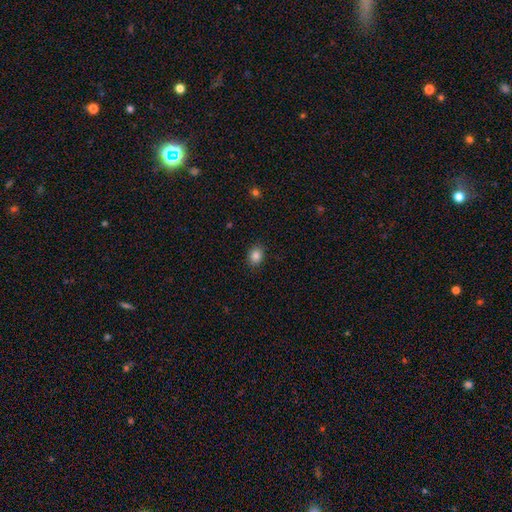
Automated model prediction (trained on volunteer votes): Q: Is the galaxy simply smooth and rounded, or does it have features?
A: smooth — 86%.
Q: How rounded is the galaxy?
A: in between — 50%.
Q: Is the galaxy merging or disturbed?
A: none — 88%.